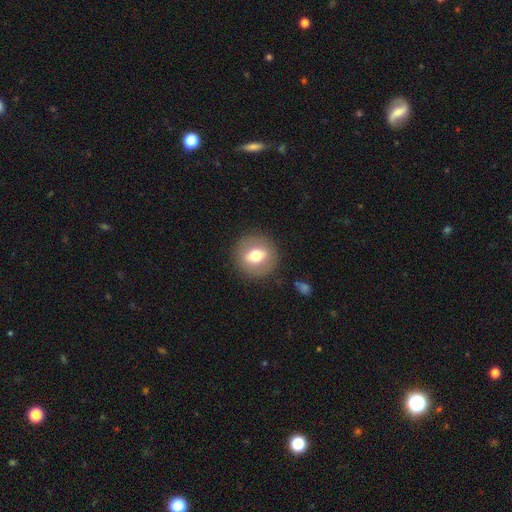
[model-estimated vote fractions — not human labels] This appears to be a smooth galaxy with no disk features (59%) that is round (83%). Merging: none (88%).